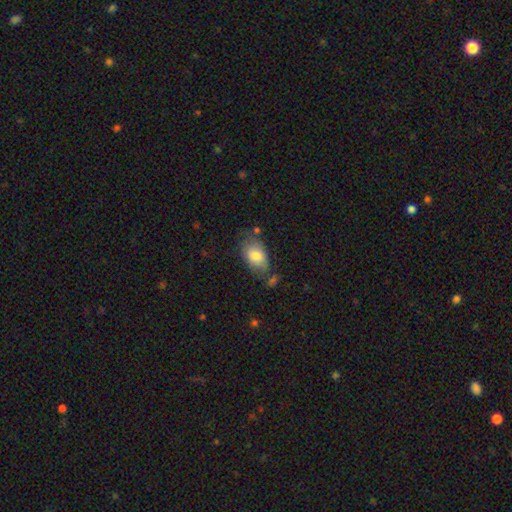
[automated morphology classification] type=smooth (80%); roundness=in between (89%); merging=none (59%).